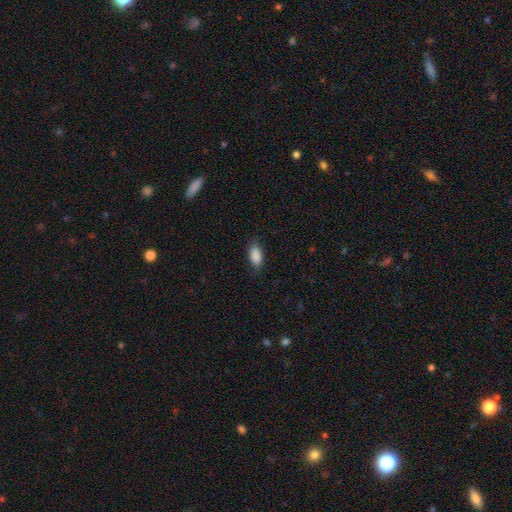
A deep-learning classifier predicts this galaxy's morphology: smooth-or-featured: smooth: 90% | star or artifact: 7% | featured or disk: 4%
  how-rounded: in between: 91% | cigar-shaped: 6% | round: 3%
  merging: none: 82% | minor disturbance: 13% | major disturbance: 3% | merger: 1%